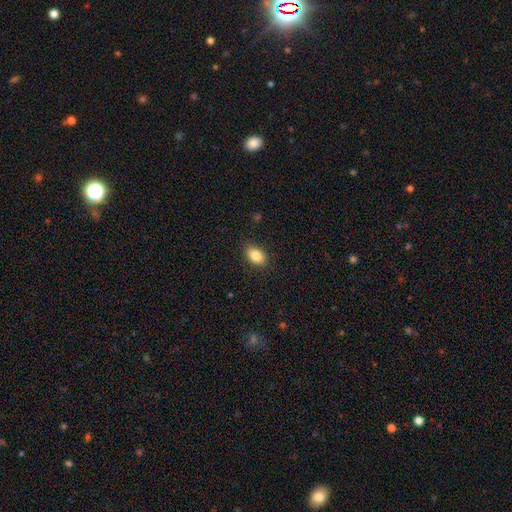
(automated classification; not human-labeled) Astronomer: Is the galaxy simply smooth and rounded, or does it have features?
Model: smooth — 86%.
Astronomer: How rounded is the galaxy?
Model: in between — 89%.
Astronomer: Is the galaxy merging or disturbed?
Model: none — 87%.